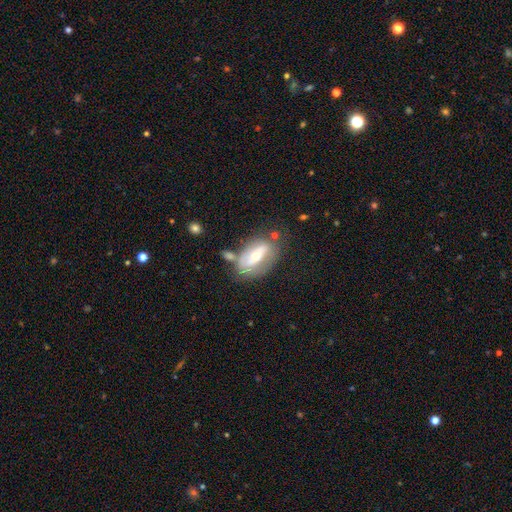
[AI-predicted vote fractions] The model was most divided on "smooth or featured": featured or disk: 57%, smooth: 36%, star or artifact: 7%. More confident: edge-on disk — no (85%); merging — none (55%).